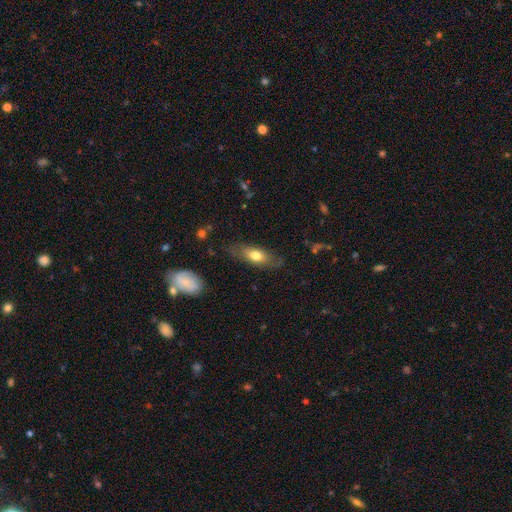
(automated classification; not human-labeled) A smooth galaxy with no disk features (66%) that is in between round and cigar-shaped (69%).

Vote fractions:
- Smooth or featured? smooth: 66% / featured or disk: 27% / star or artifact: 7%
- How rounded? in between: 69% / cigar-shaped: 27% / round: 4%
- Merging? none: 74% / minor disturbance: 19% / major disturbance: 6% / merger: 2%